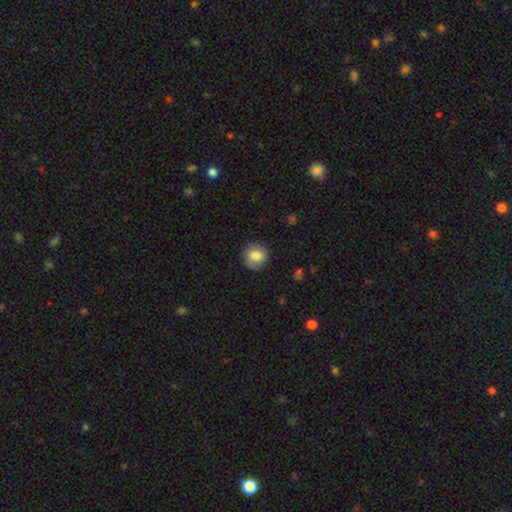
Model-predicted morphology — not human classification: This appears to be a smooth galaxy with no disk features (81%) that is round (87%). Merging: none (87%).